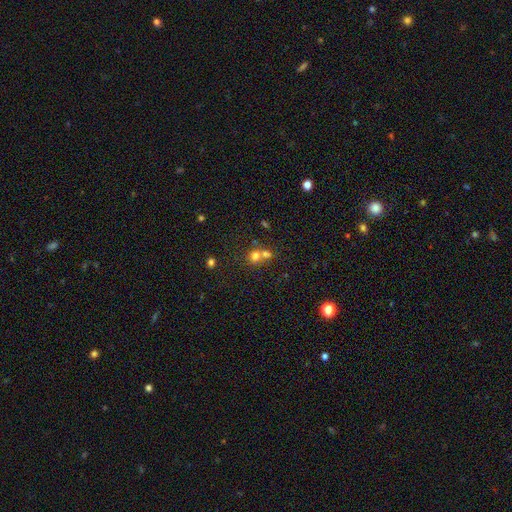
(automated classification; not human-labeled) Smooth or featured?
  - smooth: 70% *
  - star or artifact: 16%
  - featured or disk: 14%
How rounded?
  - round: 79% *
  - in between: 20%
  - cigar-shaped: 1%
Merging?
  - merger: 54% *
  - none: 36%
  - minor disturbance: 6%
  - major disturbance: 3%